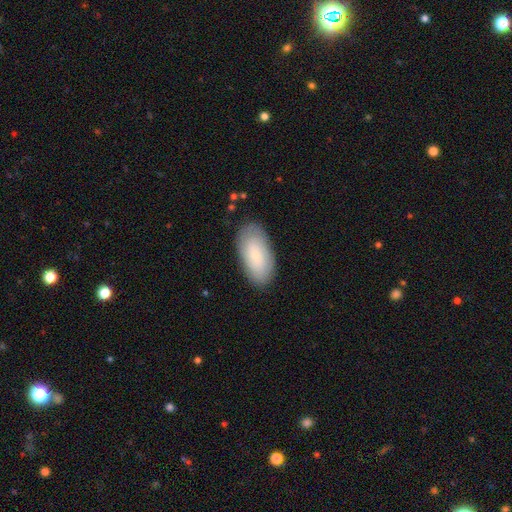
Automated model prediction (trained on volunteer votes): Q: Smooth or featured?
A: smooth (63%); runner-up: featured or disk (30%)
Q: How rounded?
A: in between (94%); runner-up: cigar-shaped (4%)
Q: Merging?
A: none (82%); runner-up: minor disturbance (13%)